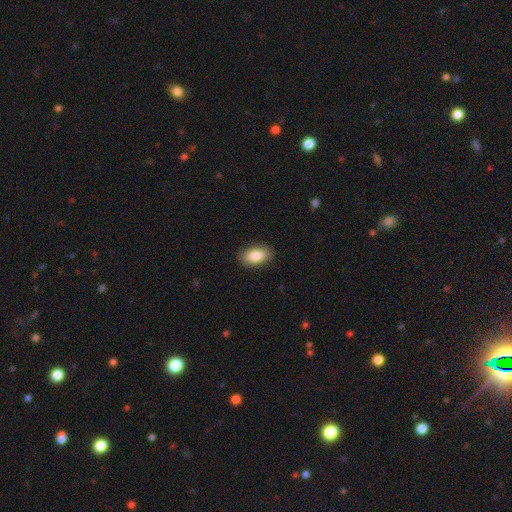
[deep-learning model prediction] This is clearly a smooth galaxy (85%). How rounded: clearly in between (92%). Merging: clearly none (87%).